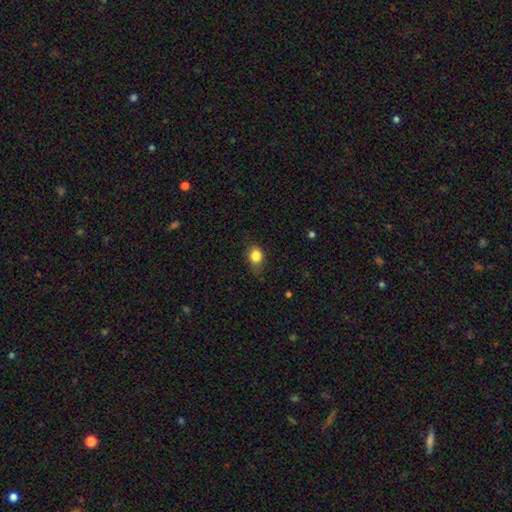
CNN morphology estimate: smooth-or-featured: smooth: 83% | star or artifact: 10% | featured or disk: 7%
  how-rounded: round: 52% | in between: 47% | cigar-shaped: 1%
  merging: none: 68% | minor disturbance: 25% | major disturbance: 7% | merger: 1%